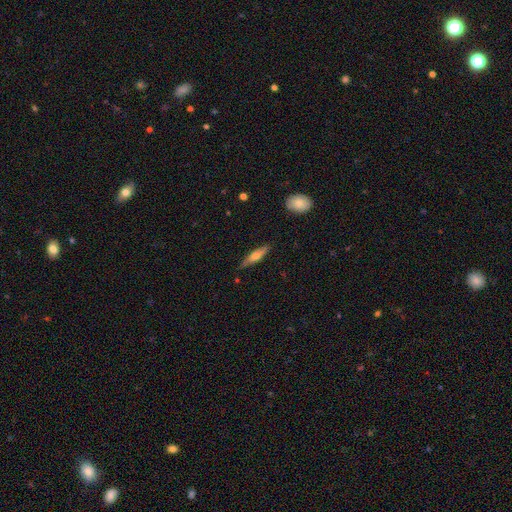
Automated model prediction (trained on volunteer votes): smooth-or-featured: featured or disk: 47% (tied) | smooth: 47% (tied) | star or artifact: 6%
  merging: none: 80% | minor disturbance: 16% | major disturbance: 3% | merger: 2%